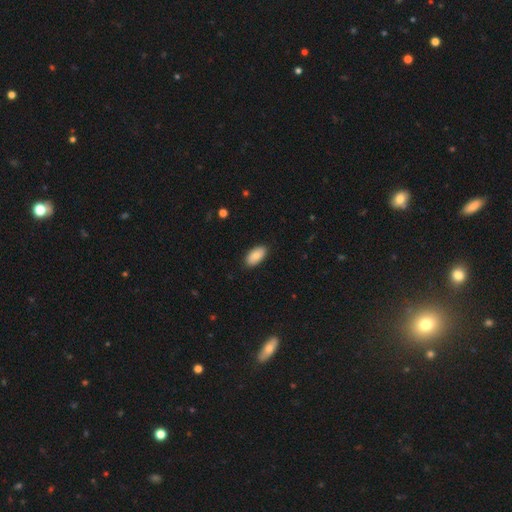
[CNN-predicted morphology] smooth-or-featured: smooth: 86% | featured or disk: 7% | star or artifact: 6%
  how-rounded: in between: 95% | cigar-shaped: 3% | round: 2%
  merging: none: 88% | minor disturbance: 9% | major disturbance: 2% | merger: 1%